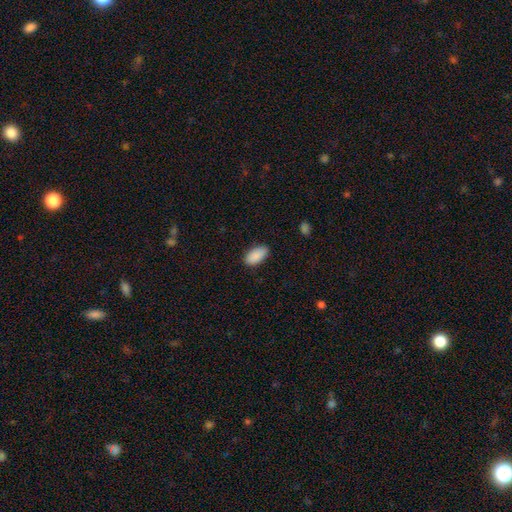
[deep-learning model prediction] smooth 90%, star or artifact 7%, featured or disk 3%. Down the decision tree: how rounded — in between (94%); merging — none (87%).